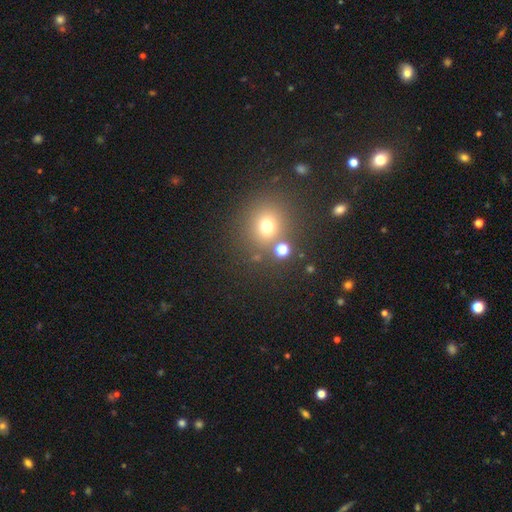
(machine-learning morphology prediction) The model was most divided on "smooth or featured": smooth: 51%, star or artifact: 41%, featured or disk: 8%. More confident: how rounded — round (84%); merging — none (77%).